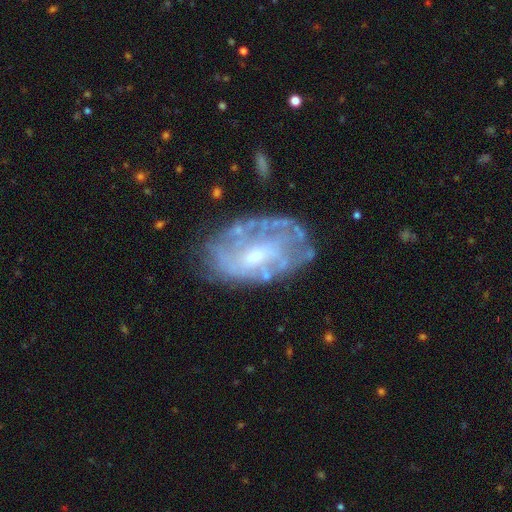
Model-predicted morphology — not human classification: This appears to be a featured or disk galaxy (72%) with no bar (56%), no spiral arms (53%) and a small central bulge (48%). Merging: none (61%).